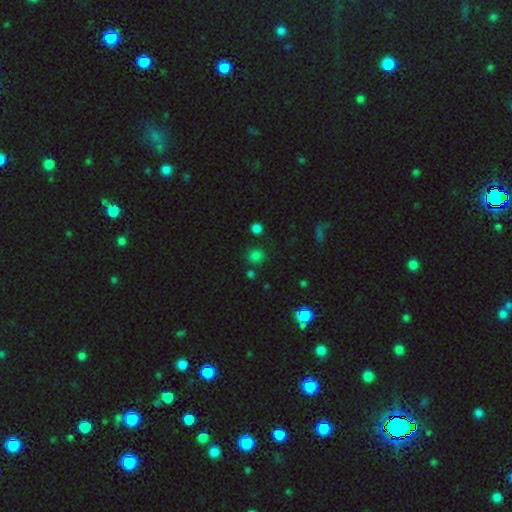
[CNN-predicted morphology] smooth_or_featured: smooth (p=0.77) [alt: star or artifact p=0.19]
how_rounded: round (p=0.89) [alt: in between p=0.10]
merging: none (p=0.82) [alt: minor disturbance p=0.09]